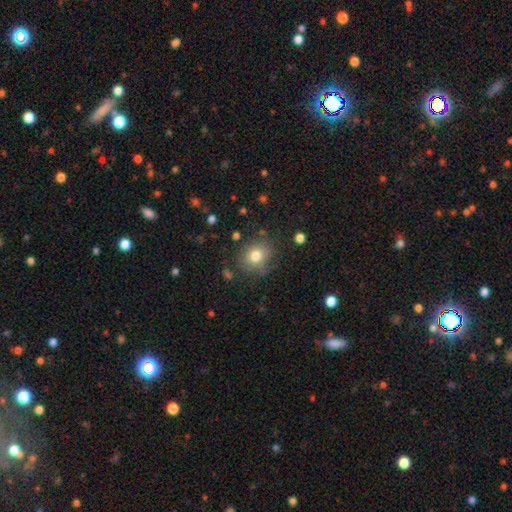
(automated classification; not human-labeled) Smooth or featured?
  - smooth: 77% *
  - star or artifact: 12%
  - featured or disk: 10%
How rounded?
  - round: 76% *
  - in between: 24%
  - cigar-shaped: 1%
Merging?
  - none: 79% *
  - minor disturbance: 13%
  - major disturbance: 5%
  - merger: 3%